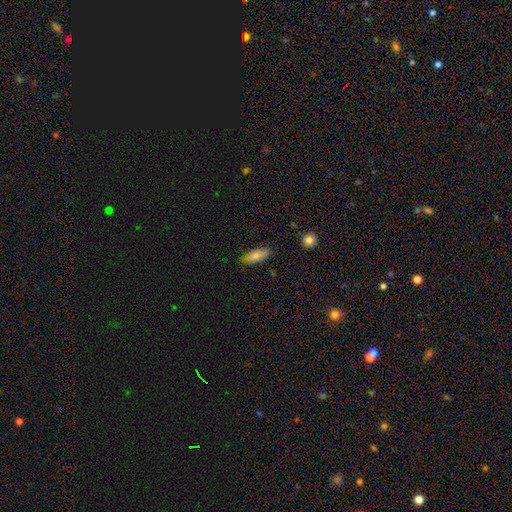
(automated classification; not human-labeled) smooth-or-featured: smooth: 79% | featured or disk: 12% | star or artifact: 8%
  how-rounded: in between: 83% | cigar-shaped: 14% | round: 2%
  merging: none: 74% | minor disturbance: 21% | major disturbance: 3% | merger: 2%